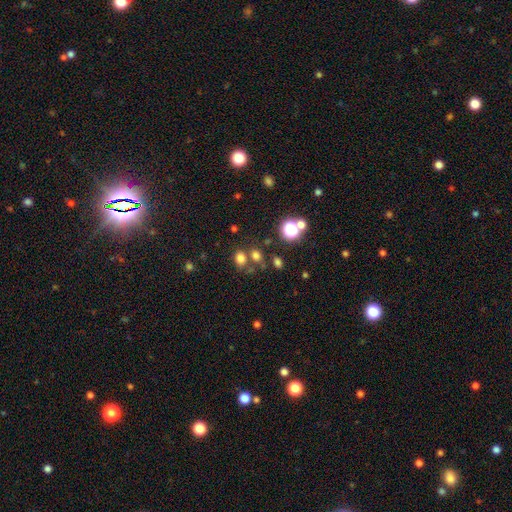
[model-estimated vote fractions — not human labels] This is likely a smooth galaxy (71%). How rounded: possibly round (51%). Merging: likely none (63%).